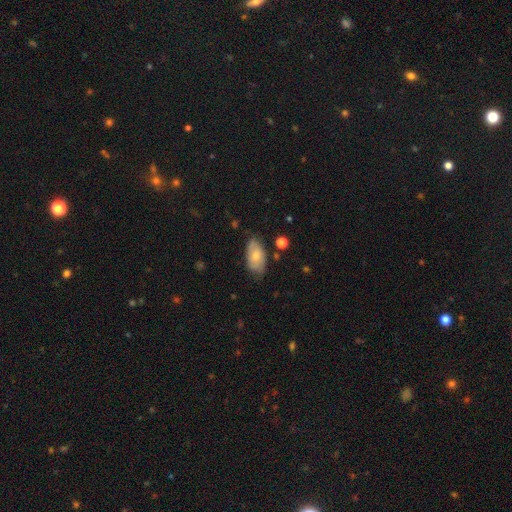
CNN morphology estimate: Smooth or featured: smooth — 69% (featured or disk — 25%)
How rounded: in between — 93% (round — 4%)
Merging: none — 66% (minor disturbance — 27%)